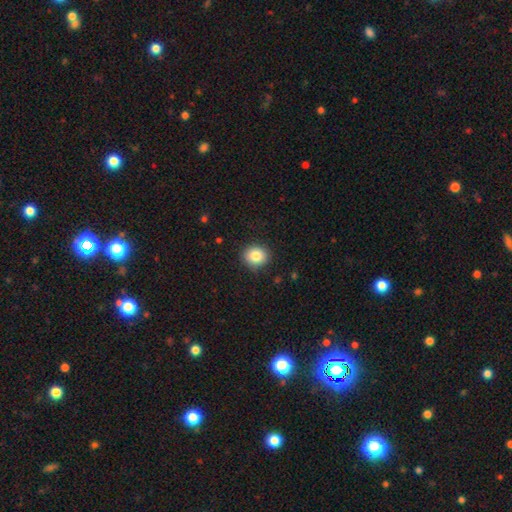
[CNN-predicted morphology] The model was most divided on "how rounded": round: 80%, in between: 19%, cigar-shaped: 1%. More confident: merging — none (89%); smooth or featured — smooth (84%).